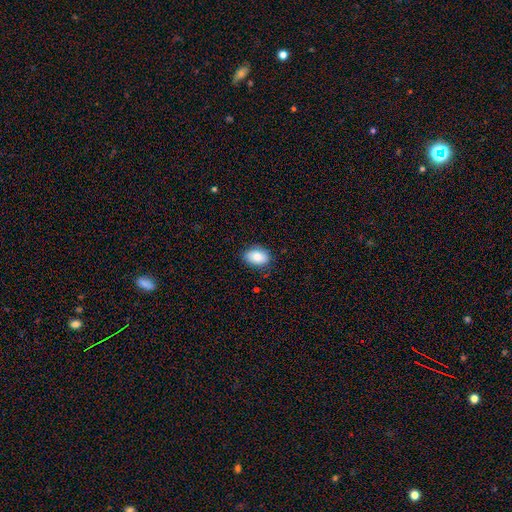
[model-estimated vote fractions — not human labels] smooth-or-featured: smooth: 84% | featured or disk: 9% | star or artifact: 7%
  how-rounded: in between: 81% | round: 18% | cigar-shaped: 1%
  merging: none: 78% | minor disturbance: 18% | major disturbance: 3% | merger: 1%